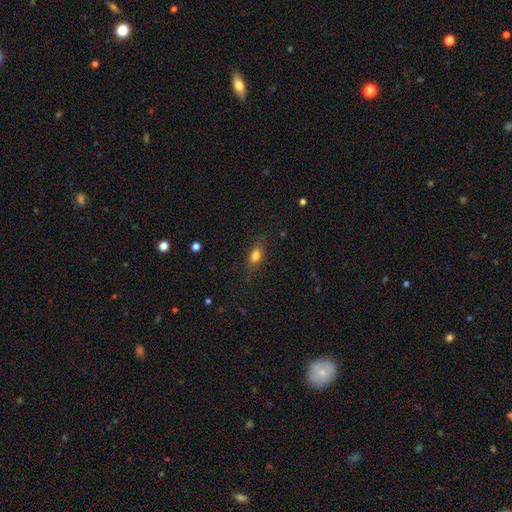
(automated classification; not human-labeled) The model was most divided on "merging": none: 79%, minor disturbance: 15%, major disturbance: 5%, merger: 1%. More confident: smooth or featured — smooth (78%); how rounded — in between (77%).